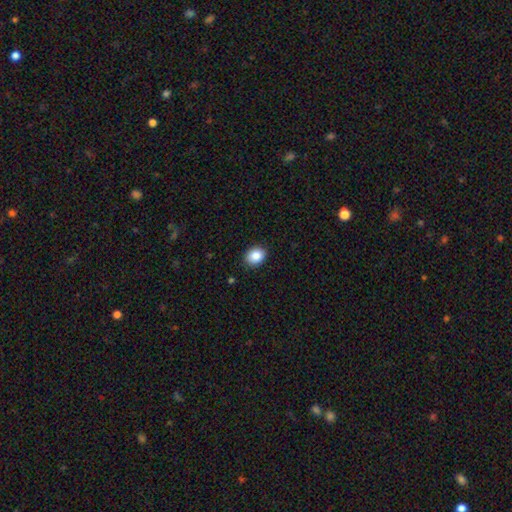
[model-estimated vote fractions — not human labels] smooth 88%, star or artifact 8%, featured or disk 4%. Down the decision tree: how rounded — in between (54%); merging — none (89%).